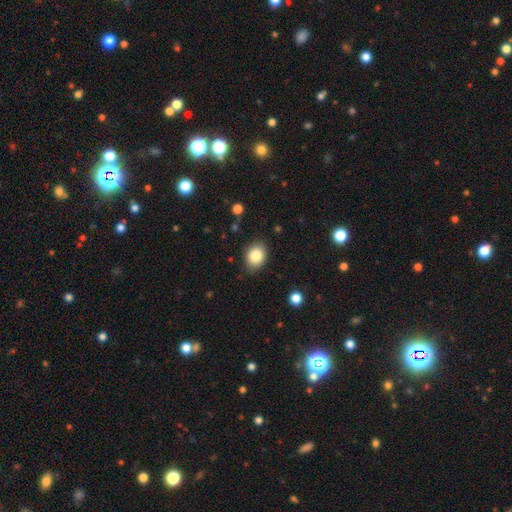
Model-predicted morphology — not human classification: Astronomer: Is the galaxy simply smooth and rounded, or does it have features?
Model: smooth — 85%.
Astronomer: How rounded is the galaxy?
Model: in between — 54% (runner-up: round, 45%).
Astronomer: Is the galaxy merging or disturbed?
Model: none — 85%.